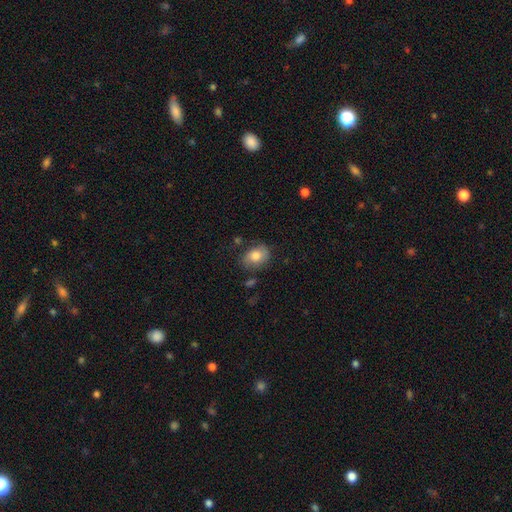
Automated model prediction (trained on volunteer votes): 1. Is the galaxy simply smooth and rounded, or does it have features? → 73% smooth, 19% featured or disk, 8% star or artifact.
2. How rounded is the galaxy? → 64% in between, 35% round, 1% cigar-shaped.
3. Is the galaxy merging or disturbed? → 66% none, 23% minor disturbance, 8% major disturbance, 3% merger.